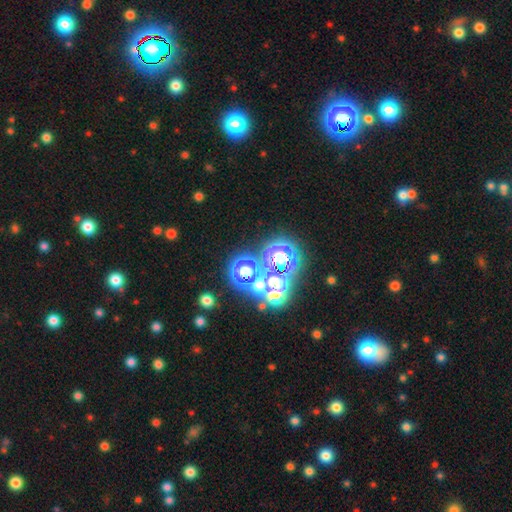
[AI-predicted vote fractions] star or artifact 62%, smooth 27%, featured or disk 11%.